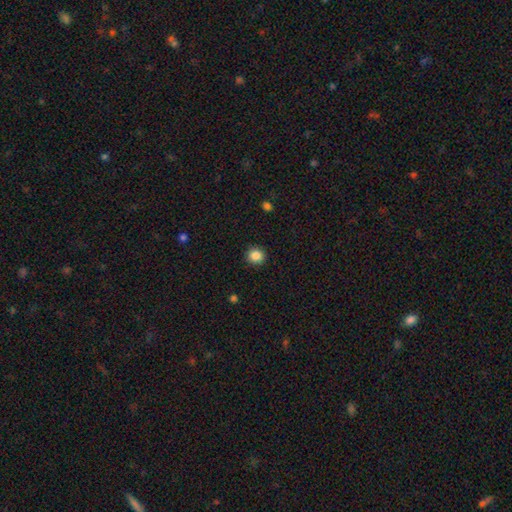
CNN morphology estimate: A smooth galaxy with no disk features (86%) that is round (87%). Merging: none (91%).